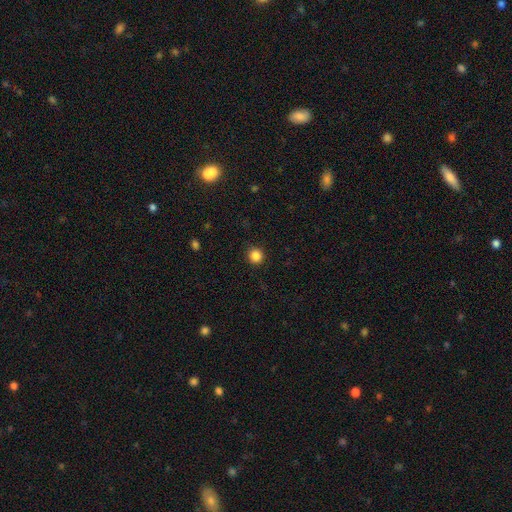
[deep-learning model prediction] smooth-or-featured: smooth: 86% | star or artifact: 11% | featured or disk: 3%
  how-rounded: round: 94% | in between: 5% | cigar-shaped: 1%
  merging: none: 91% | minor disturbance: 6% | major disturbance: 2% | merger: 1%